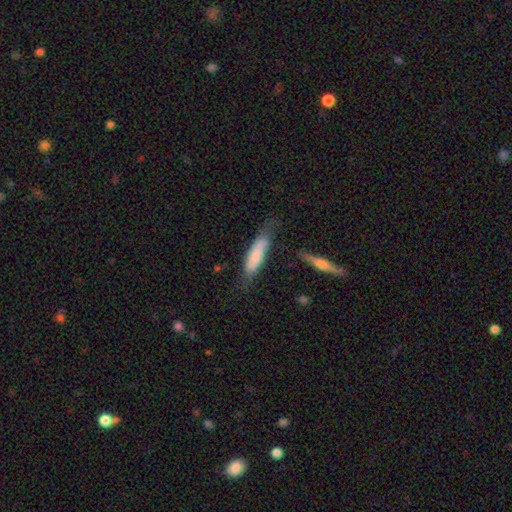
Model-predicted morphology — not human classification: Smooth or featured?
  - smooth: 72% *
  - featured or disk: 22%
  - star or artifact: 6%
How rounded?
  - cigar-shaped: 69% *
  - in between: 30%
  - round: 2%
Merging?
  - none: 56% *
  - minor disturbance: 28%
  - major disturbance: 10%
  - merger: 5%